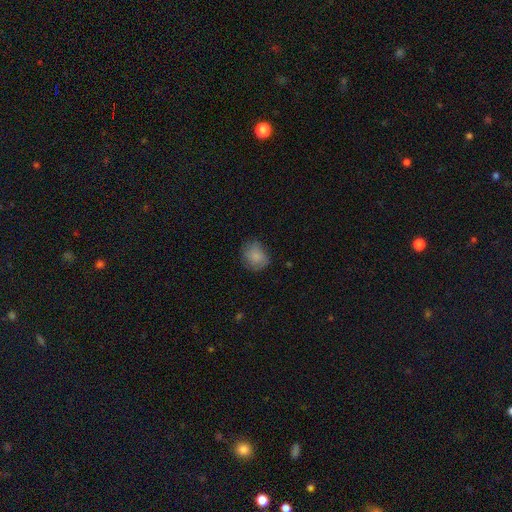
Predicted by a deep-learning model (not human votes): Morphology: type=smooth (82%); roundness=round (66%); merging=none (69%).